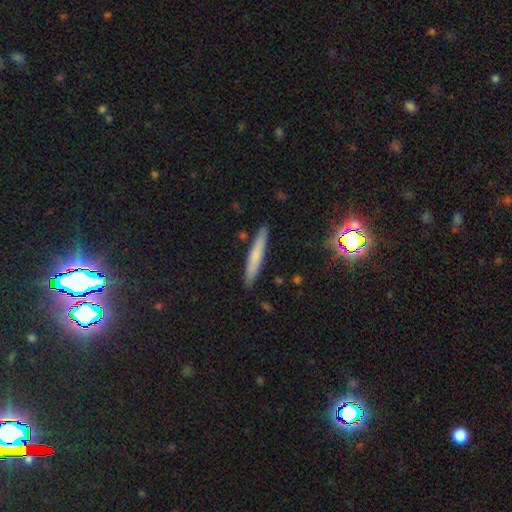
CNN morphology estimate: Smooth or featured?
  - smooth: 67% *
  - featured or disk: 24%
  - star or artifact: 9%
How rounded?
  - cigar-shaped: 94% *
  - in between: 5%
  - round: 1%
Merging?
  - none: 89% *
  - minor disturbance: 8%
  - merger: 2%
  - major disturbance: 2%